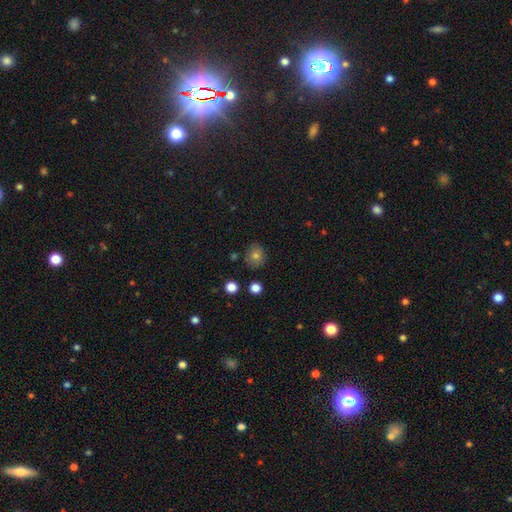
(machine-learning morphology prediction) A smooth galaxy with no disk features (78%) that is round (80%). Merging: none (83%).